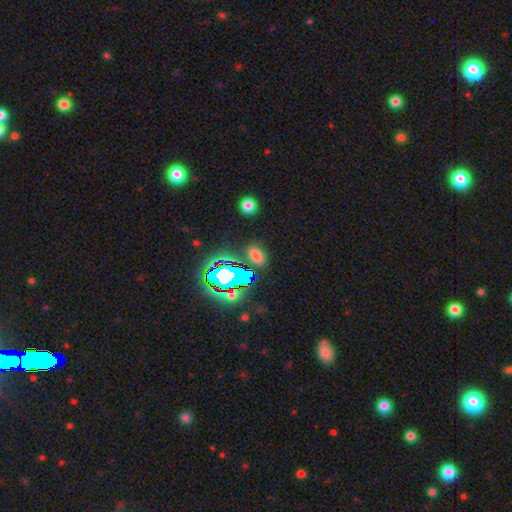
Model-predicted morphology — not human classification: Smooth or featured?
  - smooth: 62% *
  - star or artifact: 29%
  - featured or disk: 9%
How rounded?
  - in between: 85% *
  - round: 12%
  - cigar-shaped: 3%
Merging?
  - none: 79% *
  - minor disturbance: 12%
  - merger: 5%
  - major disturbance: 5%